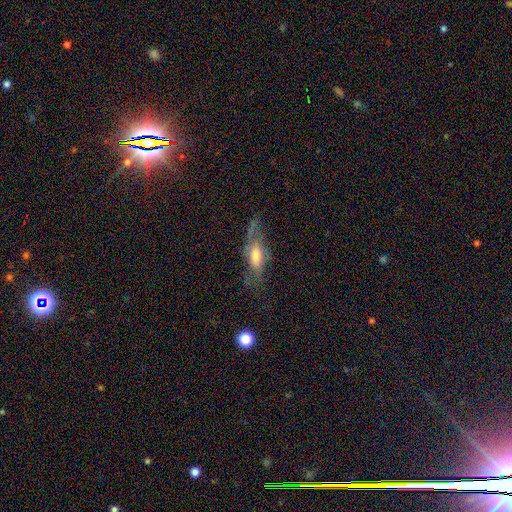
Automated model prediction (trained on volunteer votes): Smooth or featured?
  - featured or disk: 53% *
  - smooth: 39%
  - star or artifact: 9%
Edge-on disk?
  - no: 57% *
  - yes: 43%
Merging?
  - none: 54% *
  - minor disturbance: 25%
  - major disturbance: 19%
  - merger: 3%